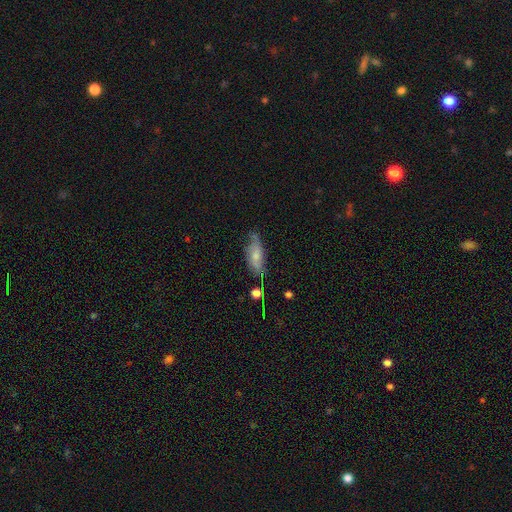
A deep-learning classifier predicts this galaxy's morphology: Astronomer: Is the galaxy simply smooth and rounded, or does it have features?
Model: smooth — 54% (runner-up: featured or disk, 36%).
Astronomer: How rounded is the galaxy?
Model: in between — 72%.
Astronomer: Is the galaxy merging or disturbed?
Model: none — 57%.